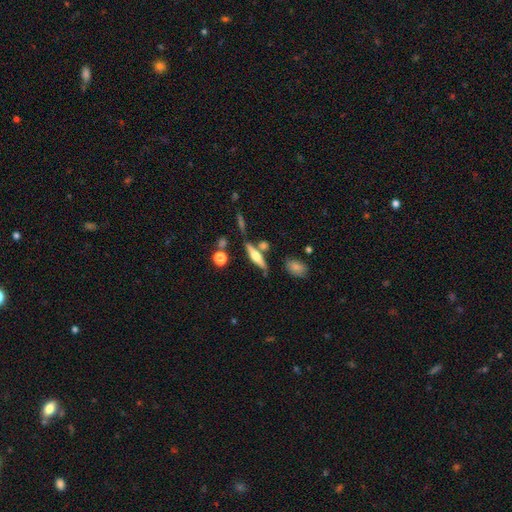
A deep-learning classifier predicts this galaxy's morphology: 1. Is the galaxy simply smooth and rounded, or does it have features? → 61% featured or disk, 32% smooth, 8% star or artifact.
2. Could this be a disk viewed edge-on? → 94% yes, 6% no.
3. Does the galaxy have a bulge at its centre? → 88% rounded, 9% boxy, 4% none.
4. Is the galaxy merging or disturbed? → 73% none, 12% minor disturbance, 11% merger, 4% major disturbance.